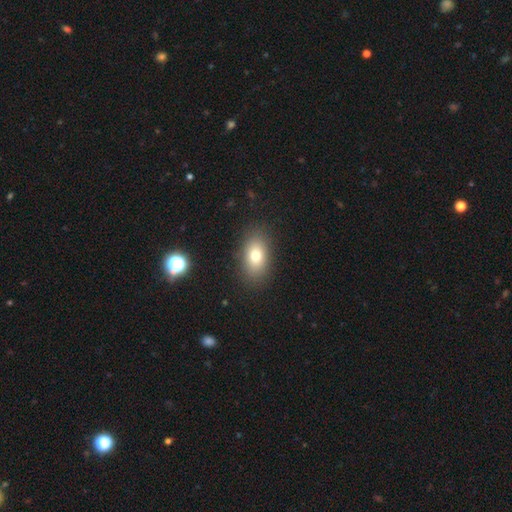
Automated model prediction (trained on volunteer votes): This is likely a smooth galaxy (75%). How rounded: clearly in between (83%). Merging: clearly none (86%).